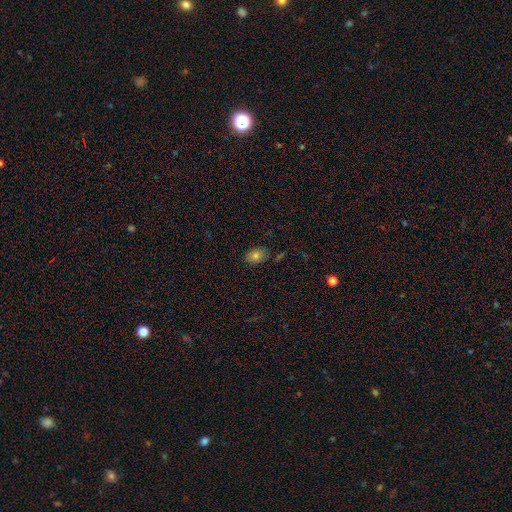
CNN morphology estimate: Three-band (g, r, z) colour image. It shows a smooth galaxy with no disk features (78%) that is in between round and cigar-shaped (78%). Merging: none (79%).